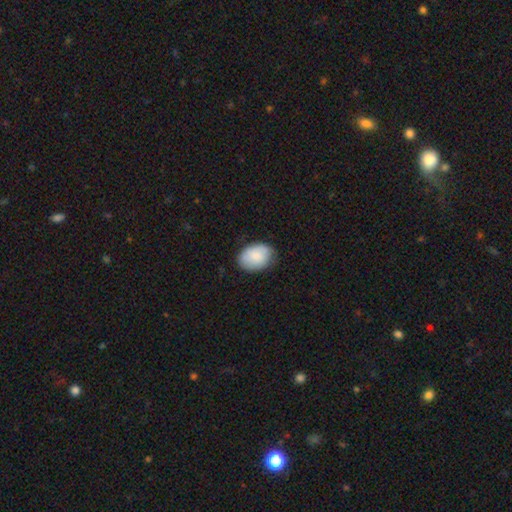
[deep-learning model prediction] Smooth or featured: smooth — 84% (featured or disk — 10%)
How rounded: in between — 80% (round — 19%)
Merging: none — 78% (minor disturbance — 17%)